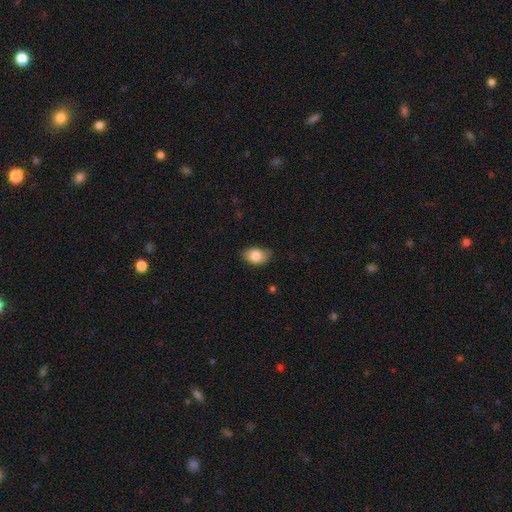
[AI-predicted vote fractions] Smooth or featured?
  - smooth: 82% *
  - featured or disk: 10%
  - star or artifact: 7%
How rounded?
  - in between: 86% *
  - round: 13%
  - cigar-shaped: 1%
Merging?
  - none: 75% *
  - minor disturbance: 21%
  - major disturbance: 4%
  - merger: 1%